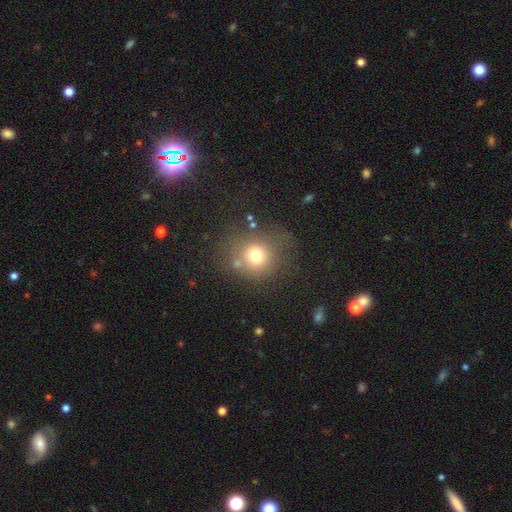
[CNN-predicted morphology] Smooth or featured: smooth — 72% (star or artifact — 15%)
How rounded: round — 86% (in between — 13%)
Merging: none — 63% (minor disturbance — 17%)